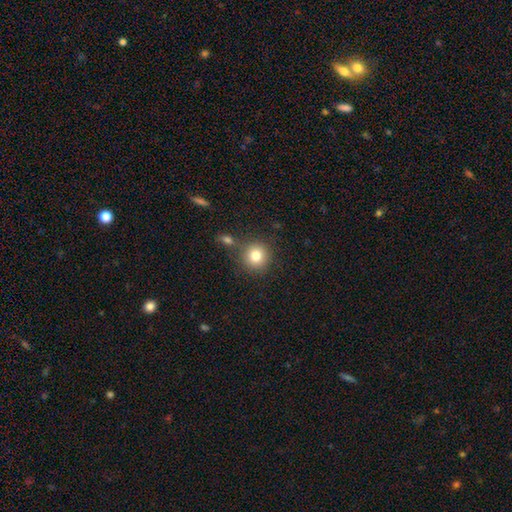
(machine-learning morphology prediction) Overall: smooth (81%). How rounded: round (92%). Merging: none (78%).